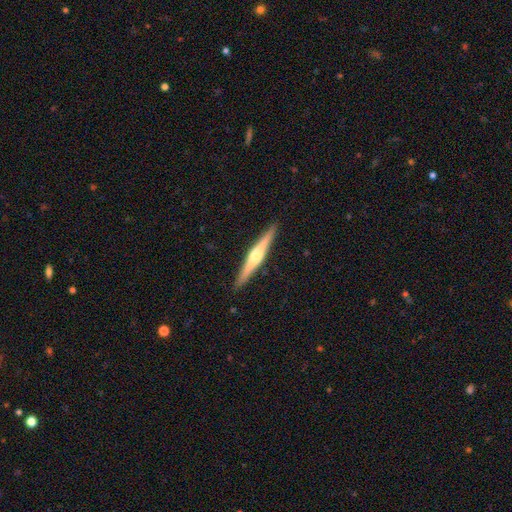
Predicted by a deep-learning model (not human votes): Morphology: type=featured or disk (70%); edge-on=yes (98%); edge-on bulge=rounded (87%); merging=none (91%).